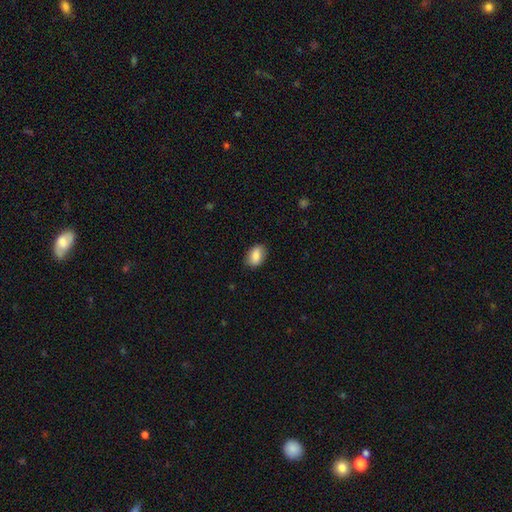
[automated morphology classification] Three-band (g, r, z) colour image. It shows a smooth galaxy with no disk features (85%) that is in between round and cigar-shaped (84%). Merging: none (84%).